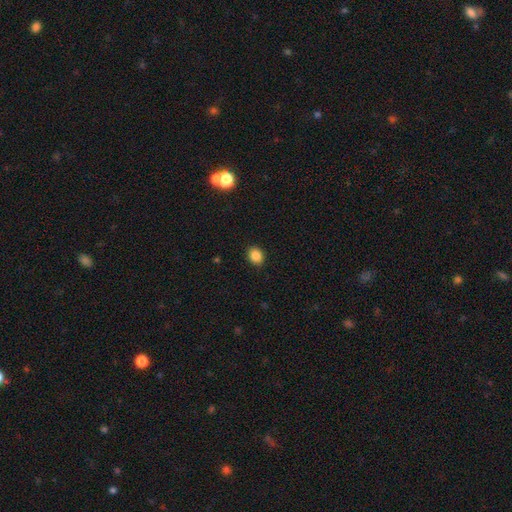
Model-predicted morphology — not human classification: This appears to be a smooth galaxy with no disk features (86%) that is round (50%). Merging: none (90%).